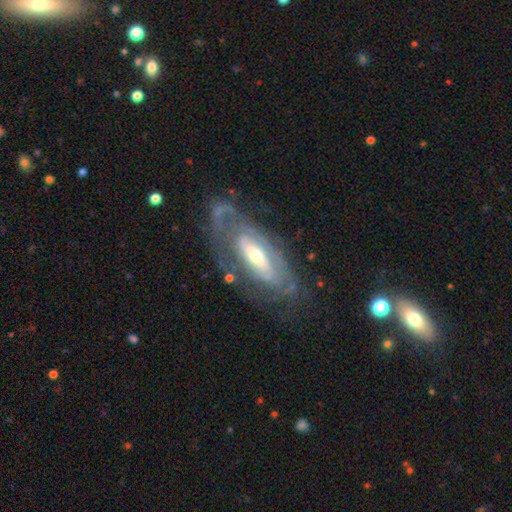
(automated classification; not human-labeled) featured or disk 80%, smooth 14%, star or artifact 6%. Down the decision tree: edge-on disk — no (86%); bar — no (47%); spiral arms — yes (72%); bulge size — moderate (58%); merging — none (65%).